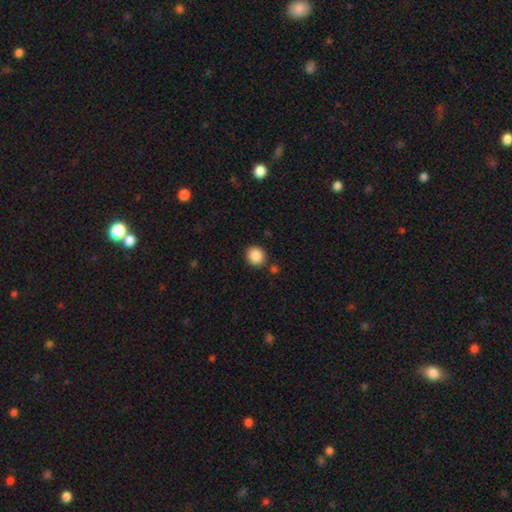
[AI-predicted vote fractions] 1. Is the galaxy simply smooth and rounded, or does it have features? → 88% smooth, 9% star or artifact, 4% featured or disk.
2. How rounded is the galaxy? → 80% round, 19% in between, 1% cigar-shaped.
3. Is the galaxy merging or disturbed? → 86% none, 8% minor disturbance, 4% merger, 2% major disturbance.